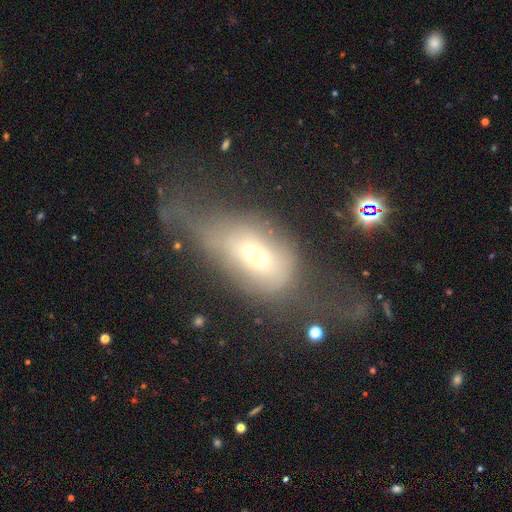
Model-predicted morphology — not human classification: This is possibly a smooth galaxy (50%). How rounded: likely in between (79%). Merging: possibly major disturbance (51%).